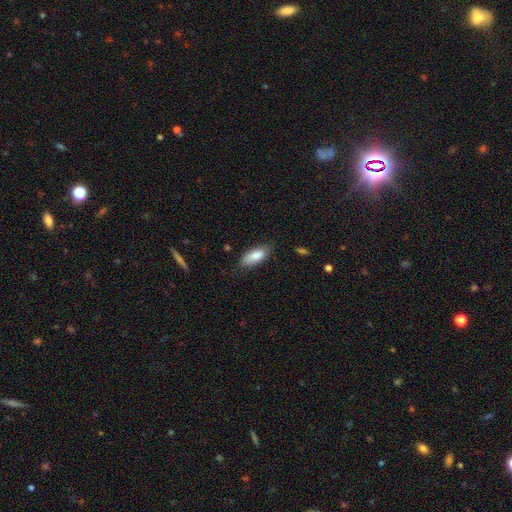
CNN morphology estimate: Smooth or featured: smooth — 84% (featured or disk — 10%)
How rounded: in between — 84% (cigar-shaped — 14%)
Merging: none — 74% (minor disturbance — 20%)